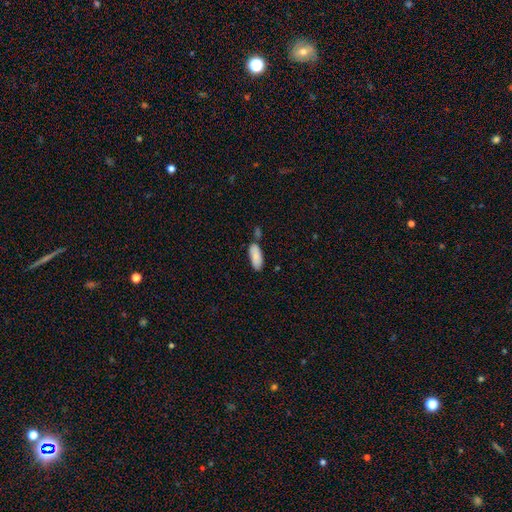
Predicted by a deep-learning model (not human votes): A smooth galaxy with no disk features (86%) that is in between round and cigar-shaped (77%). Merging: none (66%).